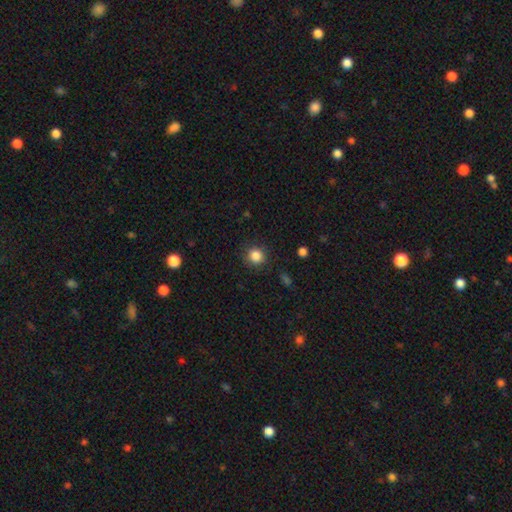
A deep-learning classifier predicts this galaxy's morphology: Smooth or featured: smooth — 85% (star or artifact — 11%)
How rounded: round — 90% (in between — 9%)
Merging: none — 86% (minor disturbance — 9%)